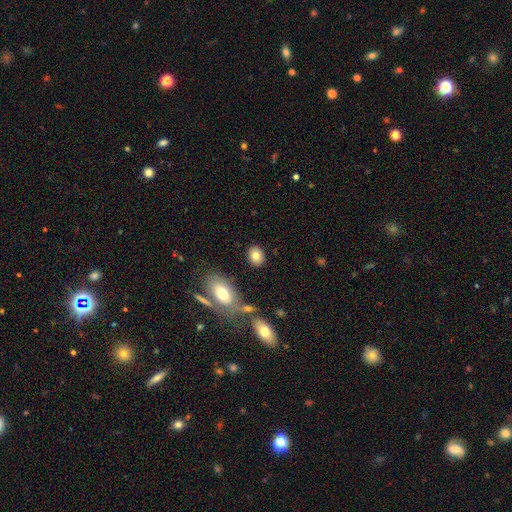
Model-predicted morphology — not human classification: smooth_or_featured: smooth (p=0.79) [alt: featured or disk p=0.11]
how_rounded: in between (p=0.55) [alt: round p=0.44]
merging: none (p=0.84) [alt: minor disturbance p=0.09]